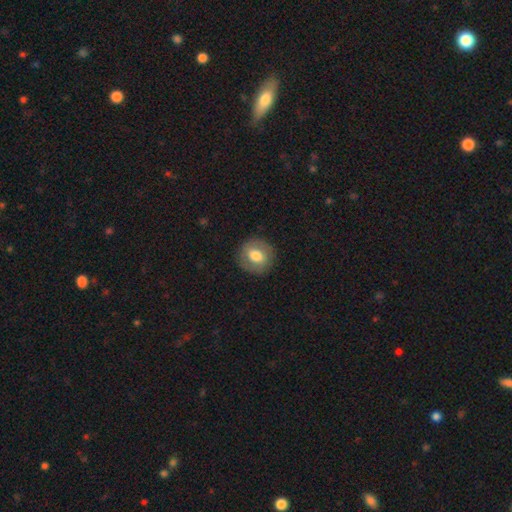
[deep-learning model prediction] This appears to be a smooth galaxy with no disk features (70%) that is round (82%). Merging: none (88%).